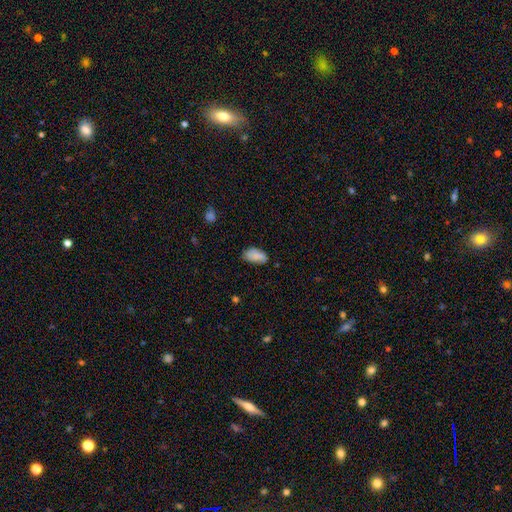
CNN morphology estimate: This is clearly a smooth galaxy (82%). How rounded: clearly in between (93%). Merging: likely none (66%).